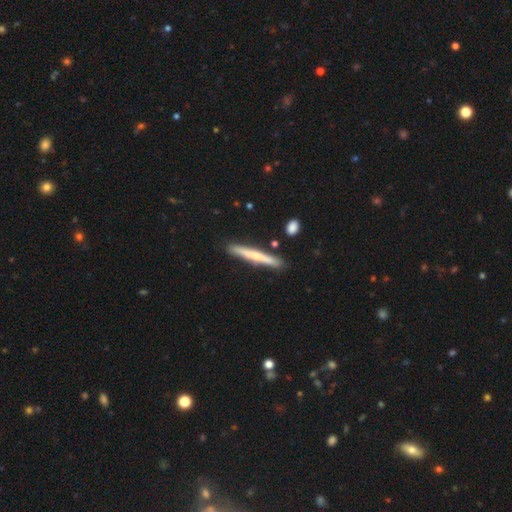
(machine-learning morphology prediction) smooth-or-featured: smooth: 54% | featured or disk: 40% | star or artifact: 6%
  how-rounded: cigar-shaped: 96% | in between: 3% | round: 1%
  merging: none: 87% | minor disturbance: 8% | merger: 3% | major disturbance: 2%